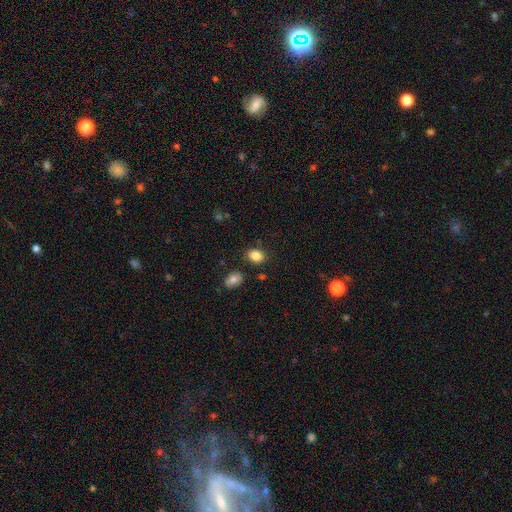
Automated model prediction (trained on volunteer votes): Smooth or featured: smooth — 85% (star or artifact — 9%)
How rounded: in between — 64% (round — 35%)
Merging: none — 82% (minor disturbance — 11%)